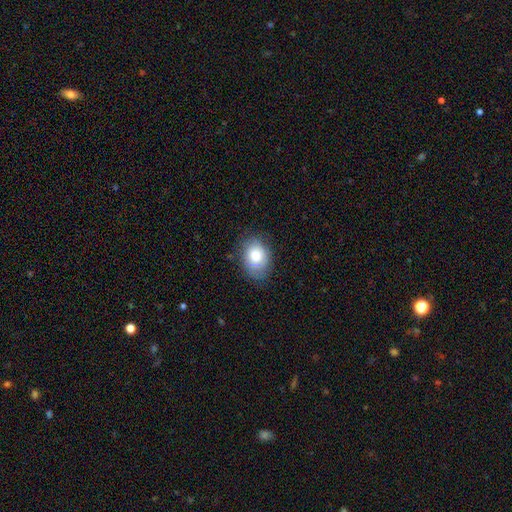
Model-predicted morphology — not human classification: Smooth or featured?
  - smooth: 76% *
  - featured or disk: 16%
  - star or artifact: 8%
How rounded?
  - in between: 68% *
  - round: 31%
  - cigar-shaped: 1%
Merging?
  - none: 76% *
  - minor disturbance: 18%
  - major disturbance: 5%
  - merger: 1%